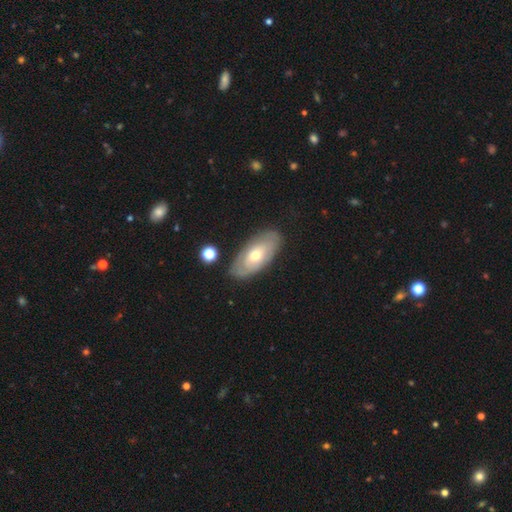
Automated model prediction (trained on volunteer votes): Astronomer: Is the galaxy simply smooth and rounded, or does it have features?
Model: featured or disk — 55% (runner-up: smooth, 39%).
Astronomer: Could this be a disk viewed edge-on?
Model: no — 85%.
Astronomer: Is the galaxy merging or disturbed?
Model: none — 81%.